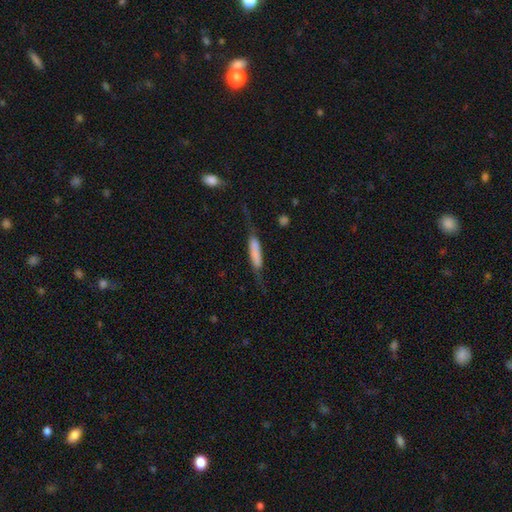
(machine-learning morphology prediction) type=smooth (63%); roundness=cigar-shaped (78%); merging=none (50%).